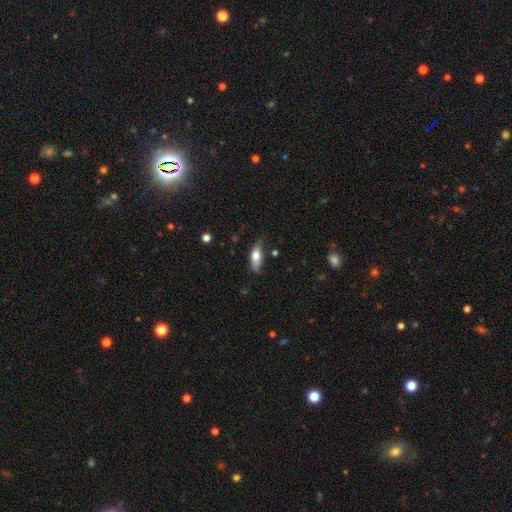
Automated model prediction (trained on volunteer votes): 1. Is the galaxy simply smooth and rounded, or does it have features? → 65% smooth, 28% featured or disk, 7% star or artifact.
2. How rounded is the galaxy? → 72% in between, 25% cigar-shaped, 4% round.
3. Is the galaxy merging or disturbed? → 59% none, 30% minor disturbance, 8% major disturbance, 3% merger.